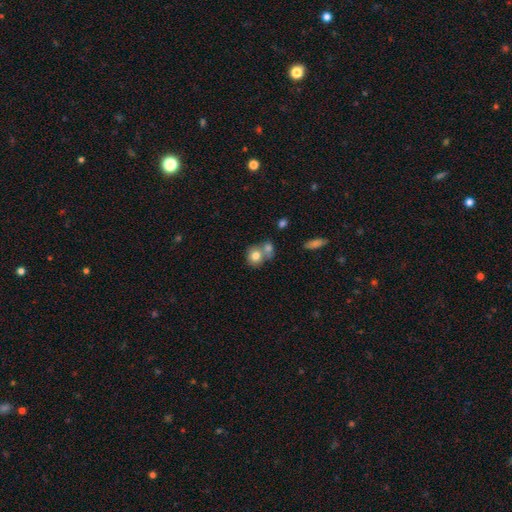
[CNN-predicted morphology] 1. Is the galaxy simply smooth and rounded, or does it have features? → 77% smooth, 13% featured or disk, 9% star or artifact.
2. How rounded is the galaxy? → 78% round, 21% in between, 1% cigar-shaped.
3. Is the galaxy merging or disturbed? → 47% merger, 40% none, 9% minor disturbance, 3% major disturbance.